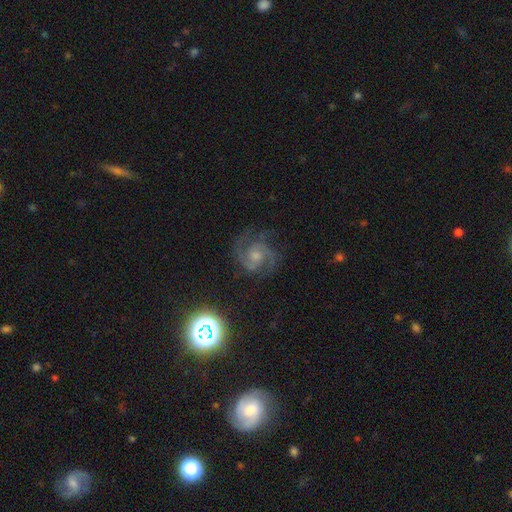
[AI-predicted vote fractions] Morphology: type=featured or disk (82%); edge-on=no (98%); bar=no (62%); spiral arms=yes (98%); winding=medium (48%); arm count=2 (54%); bulge=moderate (44%); merging=none (77%).